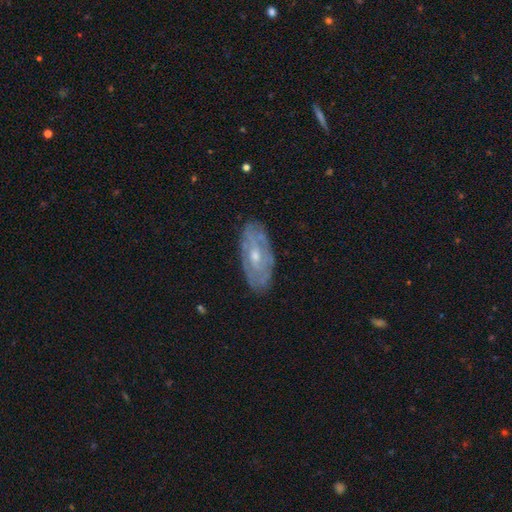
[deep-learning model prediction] Smooth or featured? featured or disk (74%)
Edge-on disk? no (89%)
Bar? no (62%)
Spiral arms? yes (72%)
Bulge size? moderate (52%)
Merging? none (81%)